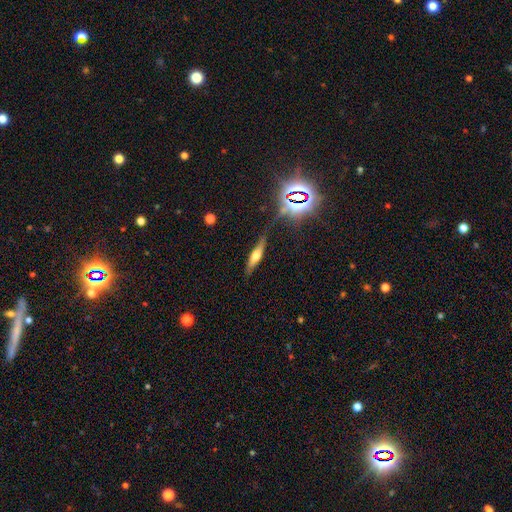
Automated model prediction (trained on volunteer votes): Smooth or featured? Predicted: featured or disk (p=0.47). Merging? Predicted: none (p=0.78).